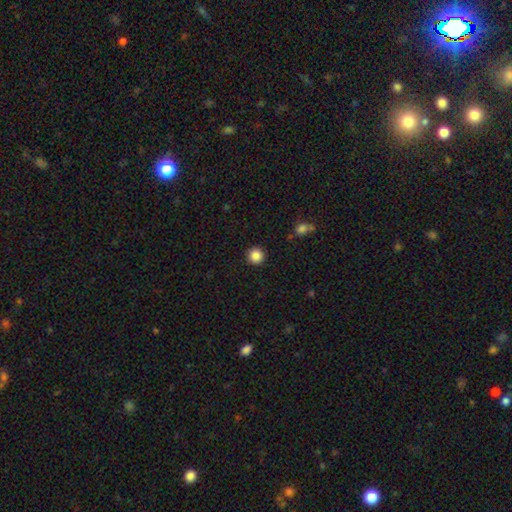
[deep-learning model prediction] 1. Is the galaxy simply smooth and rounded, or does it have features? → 86% smooth, 10% star or artifact, 4% featured or disk.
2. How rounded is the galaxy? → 96% round, 3% in between, 1% cigar-shaped.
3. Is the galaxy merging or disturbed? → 93% none, 5% minor disturbance, 2% major disturbance, 1% merger.